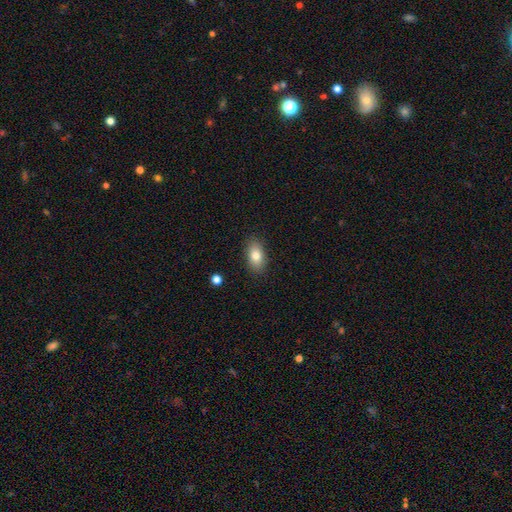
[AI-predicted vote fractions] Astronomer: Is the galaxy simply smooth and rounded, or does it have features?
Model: smooth — 81%.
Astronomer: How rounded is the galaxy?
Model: in between — 89%.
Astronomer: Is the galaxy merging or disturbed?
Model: none — 88%.